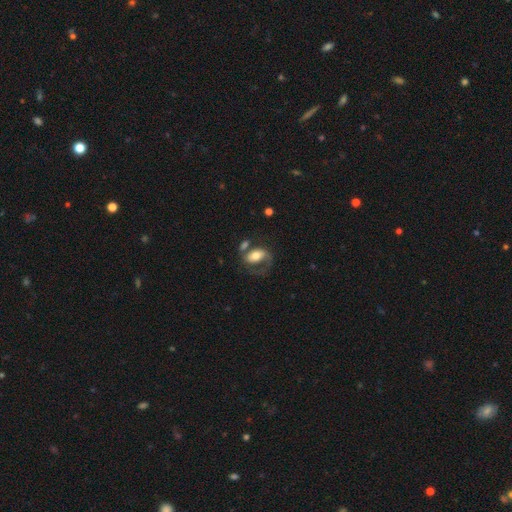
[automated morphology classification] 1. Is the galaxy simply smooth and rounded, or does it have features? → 54% featured or disk, 38% smooth, 7% star or artifact.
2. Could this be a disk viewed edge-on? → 94% no, 6% yes.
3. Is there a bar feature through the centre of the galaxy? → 48% no, 30% weak, 22% strong.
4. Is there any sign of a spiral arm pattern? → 72% yes, 28% no.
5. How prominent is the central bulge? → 60% moderate, 24% large, 12% small, 3% dominant, 2% none.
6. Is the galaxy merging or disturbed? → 35% none, 28% major disturbance, 18% merger, 18% minor disturbance.